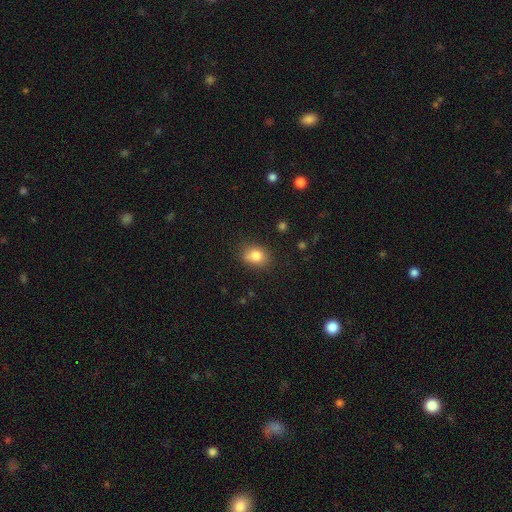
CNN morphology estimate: type=smooth (82%); roundness=in between (52%); merging=none (75%).